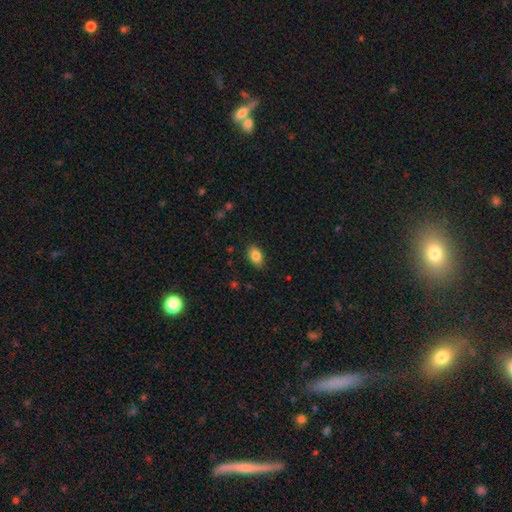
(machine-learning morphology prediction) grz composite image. It shows a smooth galaxy with no disk features (84%) that is in between round and cigar-shaped (86%). Merging: none (86%).